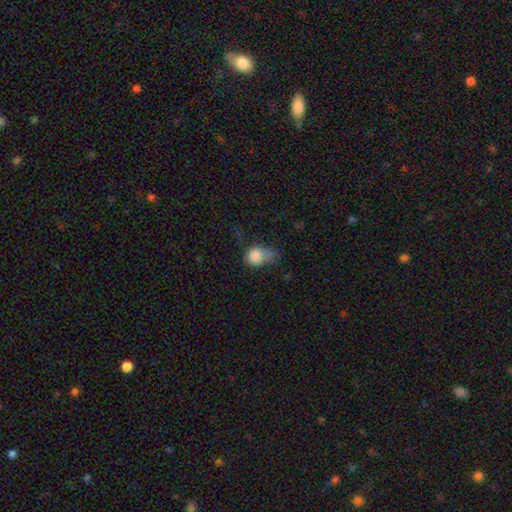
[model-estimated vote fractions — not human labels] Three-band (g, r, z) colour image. It shows a smooth galaxy with no disk features (80%) that is round (51%). Merging: major disturbance (34%, tied with minor disturbance).